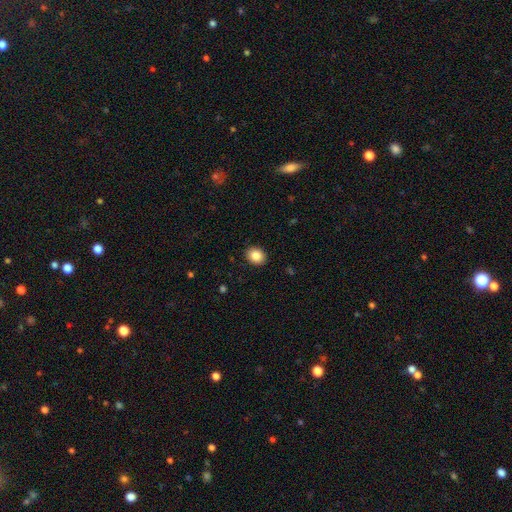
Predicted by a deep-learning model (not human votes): Smooth or featured: smooth — 86% (star or artifact — 9%)
How rounded: round — 54% (in between — 45%)
Merging: none — 91% (minor disturbance — 7%)